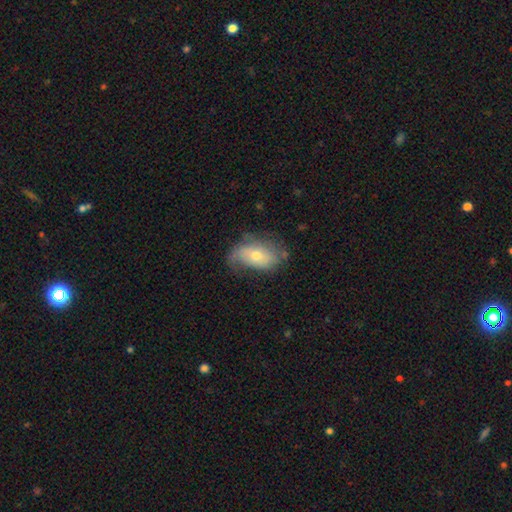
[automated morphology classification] smooth_or_featured: featured or disk (p=0.51) [alt: smooth p=0.40]
disk_edge_on: no (p=0.91) [alt: yes p=0.09]
merging: none (p=0.54) [alt: minor disturbance p=0.29]